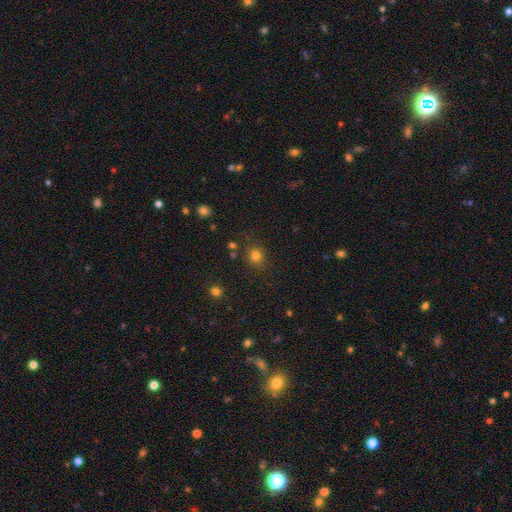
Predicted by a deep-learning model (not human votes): Smooth or featured?
  - smooth: 79% *
  - star or artifact: 15%
  - featured or disk: 6%
How rounded?
  - round: 82% *
  - in between: 17%
  - cigar-shaped: 1%
Merging?
  - none: 82% *
  - minor disturbance: 11%
  - major disturbance: 4%
  - merger: 4%